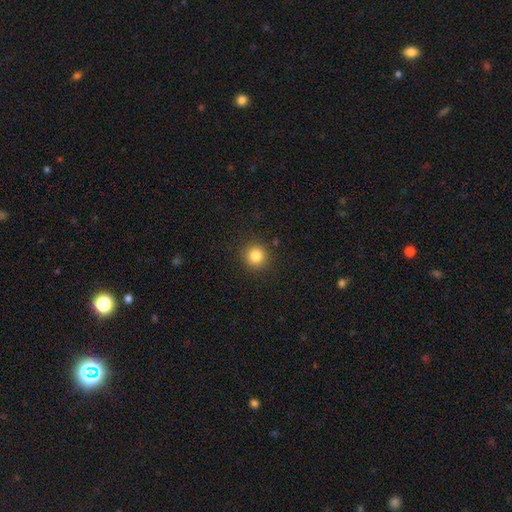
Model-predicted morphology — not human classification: Smooth or featured?
  - smooth: 83% *
  - star or artifact: 11%
  - featured or disk: 5%
How rounded?
  - round: 93% *
  - in between: 6%
  - cigar-shaped: 1%
Merging?
  - none: 90% *
  - minor disturbance: 6%
  - major disturbance: 2%
  - merger: 1%